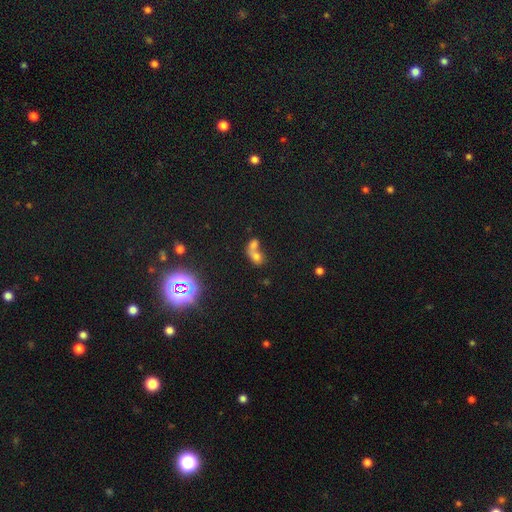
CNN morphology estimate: This appears to be a smooth galaxy with no disk features (62%) that is in between round and cigar-shaped (57%). Merging: merger (73%).